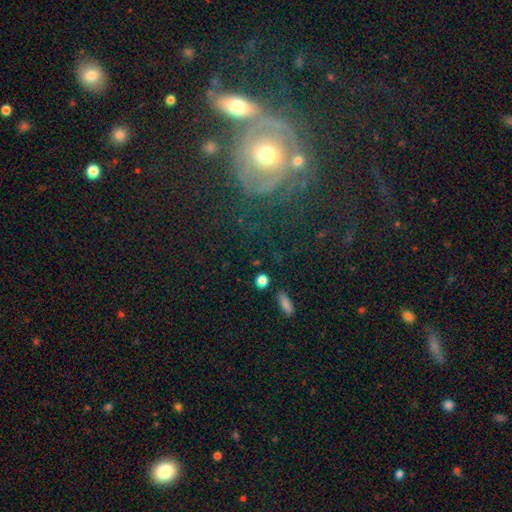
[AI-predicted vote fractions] Q: Smooth or featured?
A: featured or disk (48%); runner-up: smooth (27%)
Q: Merging?
A: none (41%); runner-up: merger (29%)